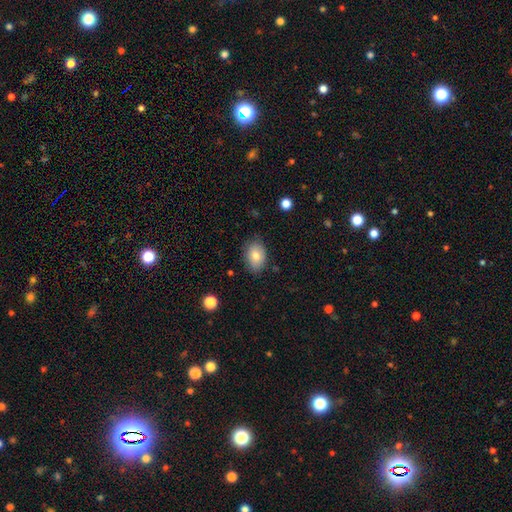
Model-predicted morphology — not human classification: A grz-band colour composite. It shows a smooth galaxy with no disk features (78%) that is in between round and cigar-shaped (80%). Merging: none (79%).